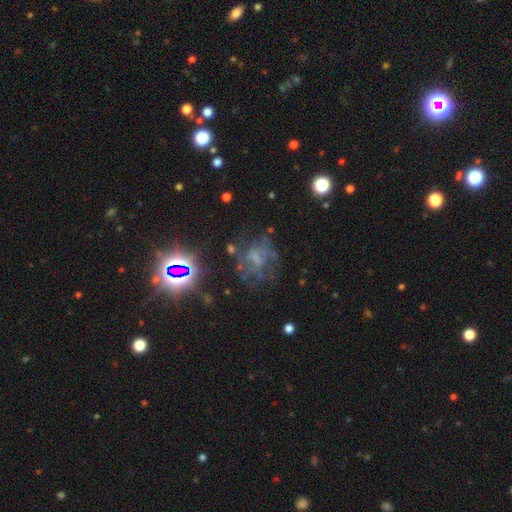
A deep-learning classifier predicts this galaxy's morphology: type=featured or disk (45%); merging=none (50%).